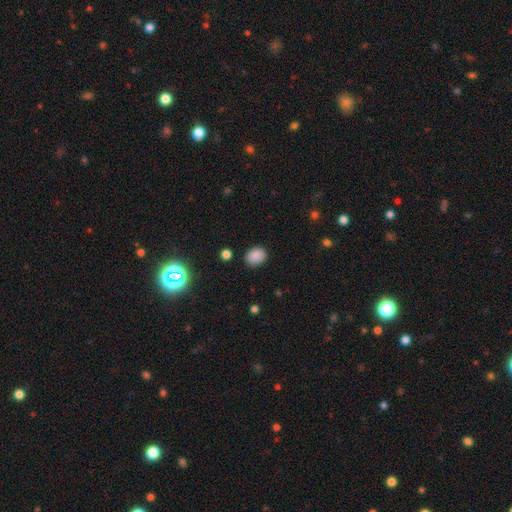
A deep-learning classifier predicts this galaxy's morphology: type=smooth (86%); roundness=in between (63%); merging=none (85%).